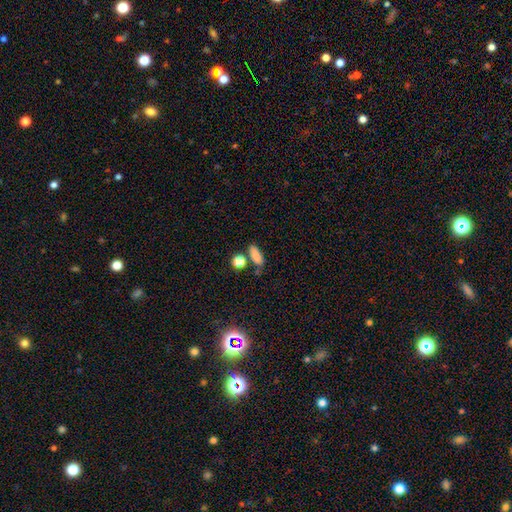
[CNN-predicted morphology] Smooth or featured: smooth — 82% (star or artifact — 10%)
How rounded: in between — 70% (cigar-shaped — 19%)
Merging: none — 65% (minor disturbance — 15%)